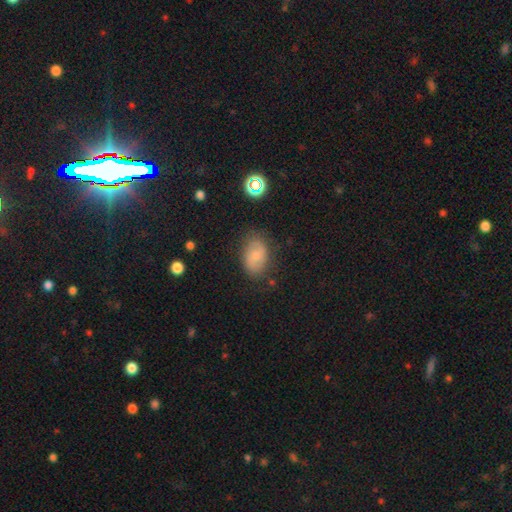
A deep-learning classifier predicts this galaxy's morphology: A smooth galaxy with no disk features (62%) that is in between round and cigar-shaped (83%).

Vote fractions:
- Smooth or featured? smooth: 62% / featured or disk: 27% / star or artifact: 10%
- How rounded? in between: 83% / round: 16% / cigar-shaped: 1%
- Merging? none: 74% / minor disturbance: 18% / major disturbance: 5% / merger: 2%